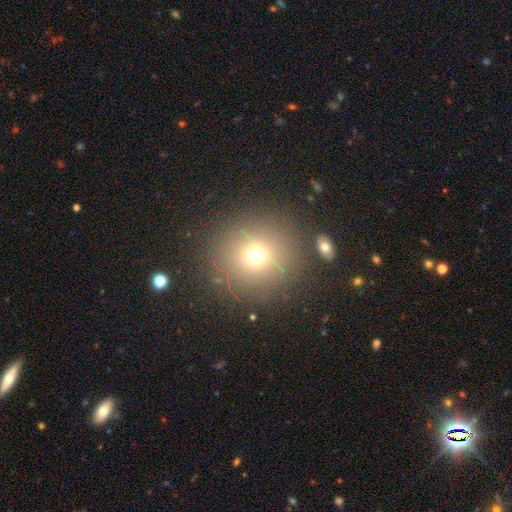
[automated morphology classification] This is likely a smooth galaxy (70%). How rounded: clearly round (91%). Merging: clearly none (85%).